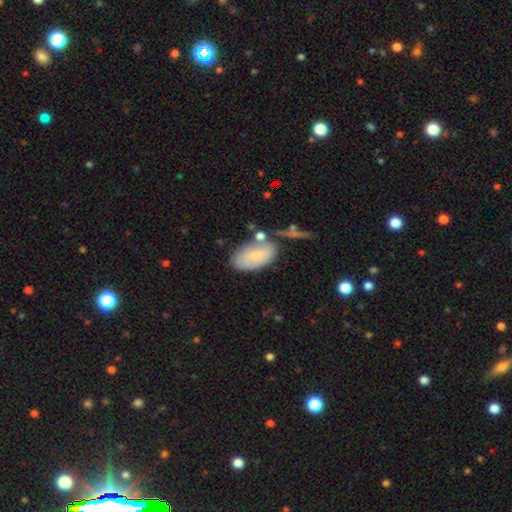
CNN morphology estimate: Smooth or featured: smooth — 70% (featured or disk — 22%)
How rounded: in between — 93% (round — 3%)
Merging: none — 54% (minor disturbance — 23%)